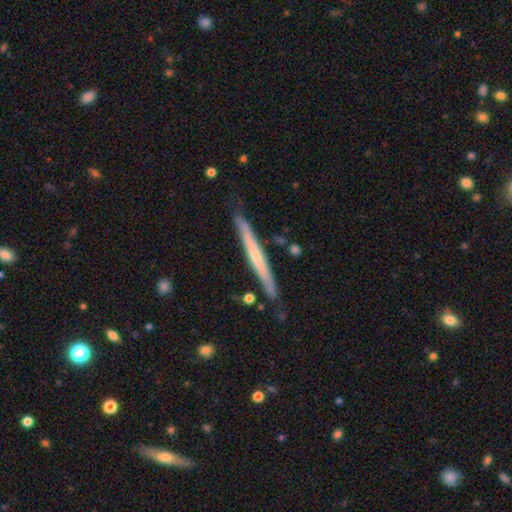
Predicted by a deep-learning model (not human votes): A featured or disk galaxy (53%) viewed edge-on (96%) with no central bulge (73%).

Vote fractions:
- Smooth or featured? featured or disk: 53% / smooth: 42% / star or artifact: 5%
- Edge-on disk? yes: 96% / no: 4%
- Edge-on bulge? none: 73% / rounded: 21% / boxy: 6%
- Merging? none: 84% / minor disturbance: 12% / merger: 2% / major disturbance: 2%